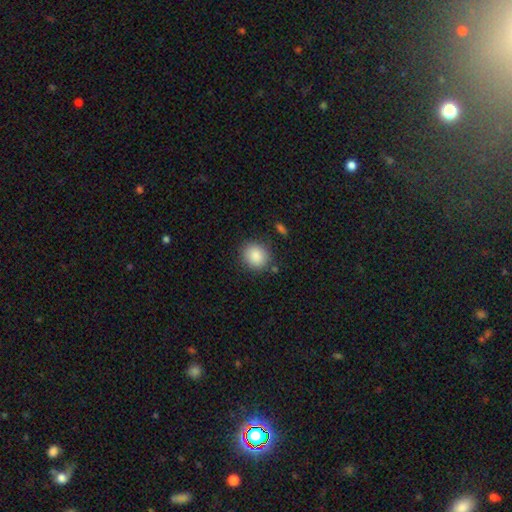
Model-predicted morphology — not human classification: Smooth or featured?
  - smooth: 88% *
  - star or artifact: 8%
  - featured or disk: 4%
How rounded?
  - round: 82% *
  - in between: 17%
  - cigar-shaped: 1%
Merging?
  - none: 84% *
  - minor disturbance: 10%
  - major disturbance: 3%
  - merger: 3%